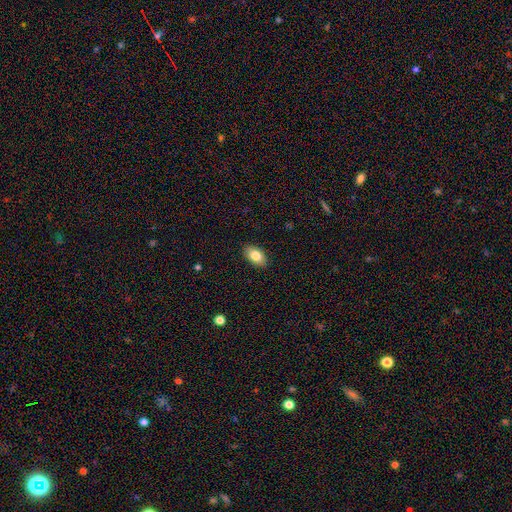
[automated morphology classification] smooth_or_featured: smooth (p=0.82) [alt: featured or disk p=0.10]
how_rounded: in between (p=0.92) [alt: round p=0.06]
merging: none (p=0.89) [alt: minor disturbance p=0.08]